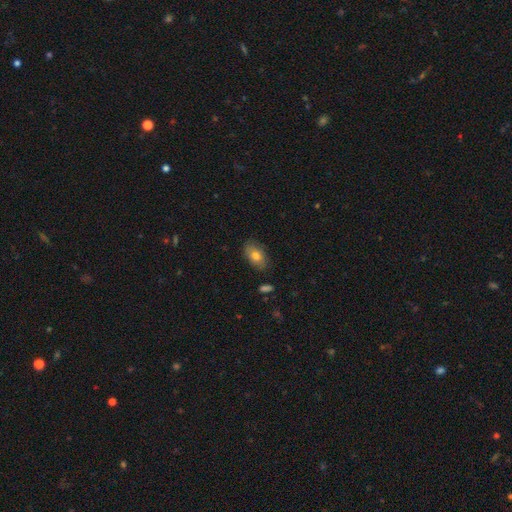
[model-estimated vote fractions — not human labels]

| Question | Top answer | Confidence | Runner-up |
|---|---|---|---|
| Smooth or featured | smooth | 76% | featured or disk (16%) |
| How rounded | in between | 88% | round (10%) |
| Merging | none | 82% | minor disturbance (14%) |